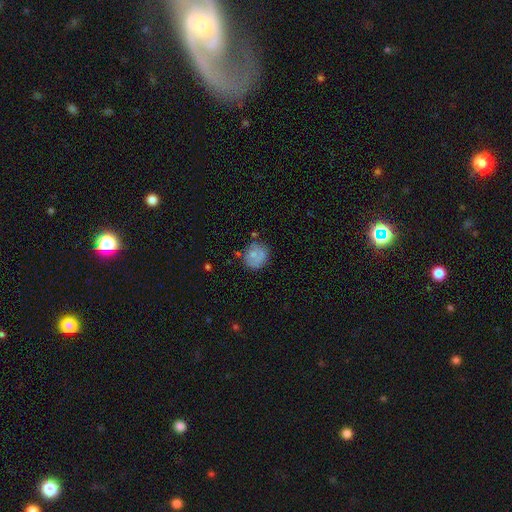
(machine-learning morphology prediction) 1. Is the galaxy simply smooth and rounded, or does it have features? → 69% smooth, 22% featured or disk, 9% star or artifact.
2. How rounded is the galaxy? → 80% round, 19% in between, 1% cigar-shaped.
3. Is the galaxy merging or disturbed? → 66% none, 21% minor disturbance, 7% major disturbance, 6% merger.